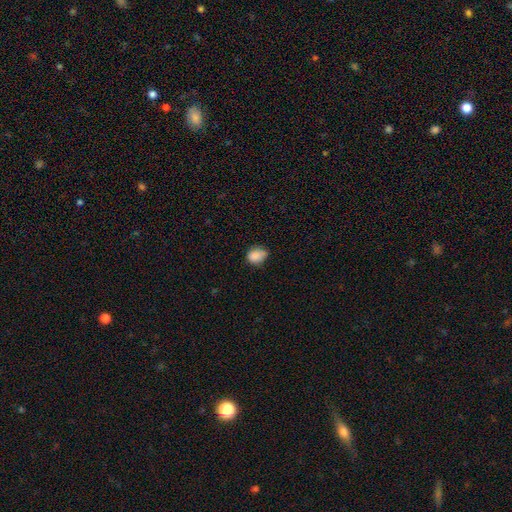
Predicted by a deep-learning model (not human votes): The model was most divided on "how rounded": in between: 51%, round: 47%, cigar-shaped: 1%. More confident: smooth or featured — smooth (85%); merging — none (53%).